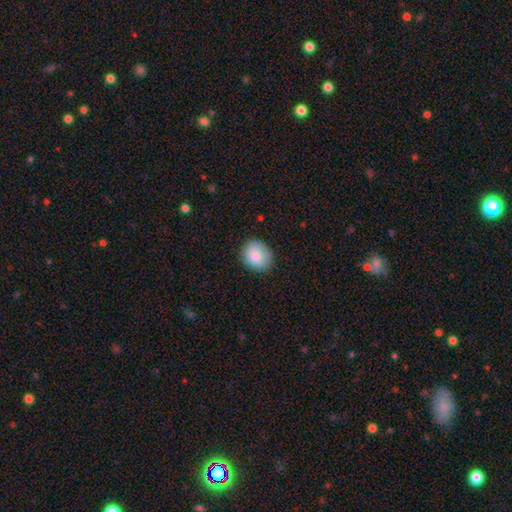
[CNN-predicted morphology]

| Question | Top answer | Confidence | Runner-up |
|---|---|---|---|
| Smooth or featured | smooth | 84% | featured or disk (9%) |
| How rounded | round | 63% | in between (36%) |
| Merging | none | 80% | minor disturbance (15%) |